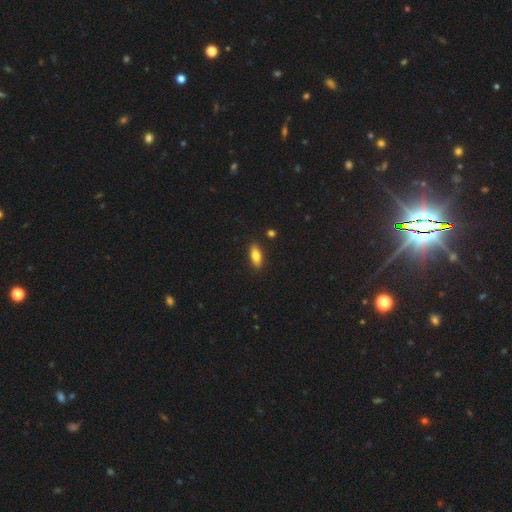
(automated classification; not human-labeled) Overall: smooth (76%). How rounded: in between (75%). Merging: none (88%).